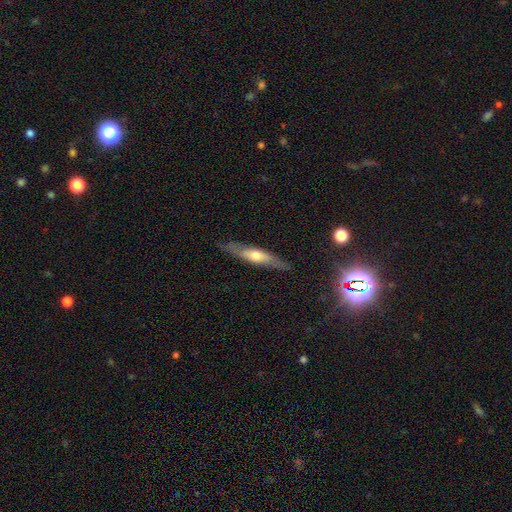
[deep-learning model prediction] Smooth or featured: featured or disk — 53% (smooth — 41%)
Edge-on disk: yes — 79% (no — 21%)
Merging: none — 82% (minor disturbance — 13%)